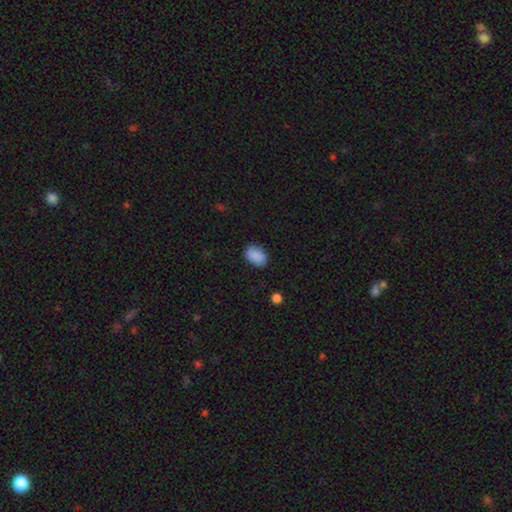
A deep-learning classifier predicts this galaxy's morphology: smooth_or_featured: smooth (p=0.89) [alt: star or artifact p=0.07]
how_rounded: in between (p=0.85) [alt: round p=0.14]
merging: none (p=0.85) [alt: minor disturbance p=0.11]